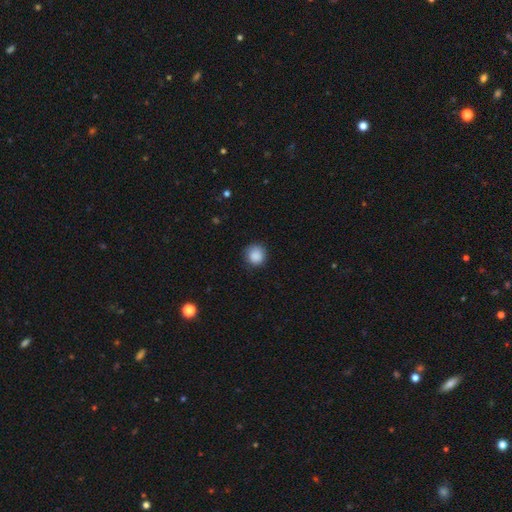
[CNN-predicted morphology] type=smooth (88%); roundness=round (92%); merging=none (82%).